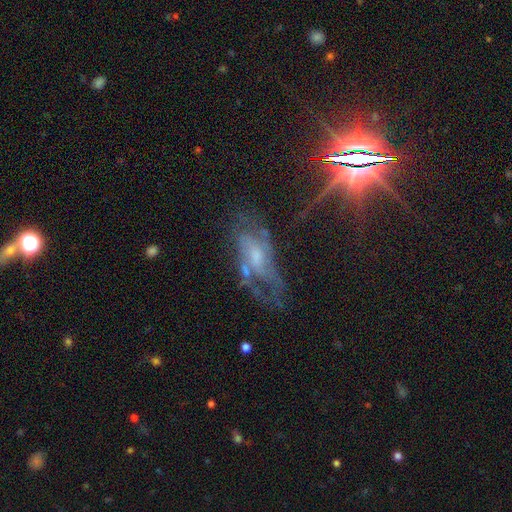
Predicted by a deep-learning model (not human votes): The model was most divided on "bulge size": moderate: 40%, small: 38%, none: 14%, large: 6%, dominant: 2%. Remaining: edge-on disk — no (88%); spiral arms — yes (67%); smooth or featured — featured or disk (65%); bar — no (60%); merging — none (42%).